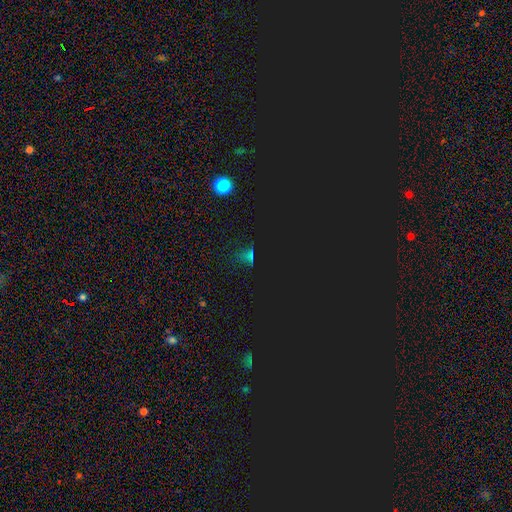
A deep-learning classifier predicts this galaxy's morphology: smooth-or-featured: star or artifact: 74% | smooth: 18% | featured or disk: 7%